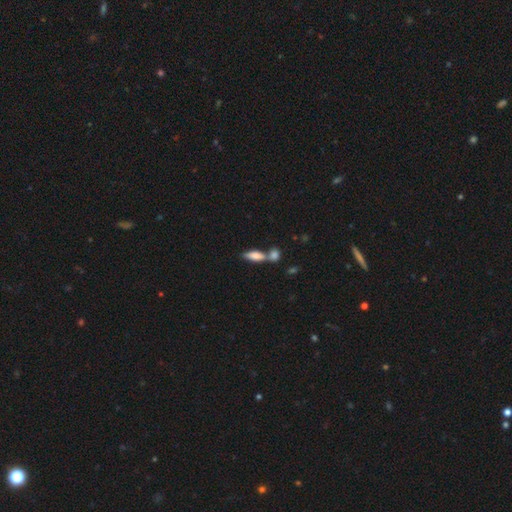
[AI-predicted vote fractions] smooth 76%, featured or disk 17%, star or artifact 7%. Down the decision tree: how rounded — in between (64%); merging — merger (44%).